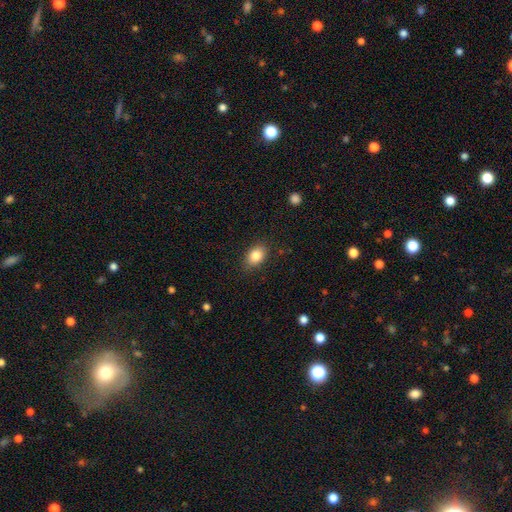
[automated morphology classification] Smooth or featured? smooth (84%)
How rounded? in between (81%)
Merging? none (85%)